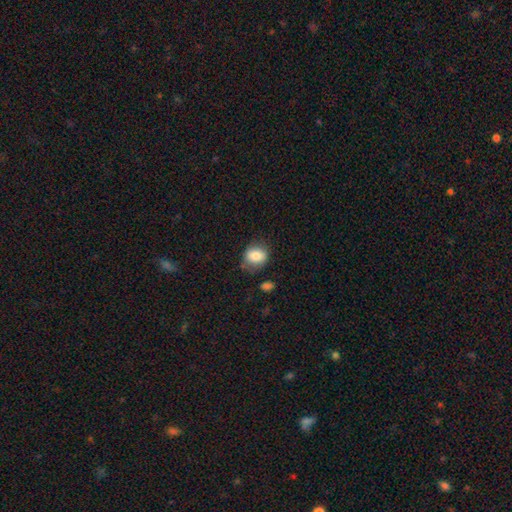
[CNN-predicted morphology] A smooth galaxy with no disk features (80%) that is round (53%).

Vote fractions:
- Smooth or featured? smooth: 80% / featured or disk: 12% / star or artifact: 8%
- How rounded? round: 53% / in between: 45% / cigar-shaped: 1%
- Merging? none: 65% / minor disturbance: 24% / major disturbance: 8% / merger: 4%